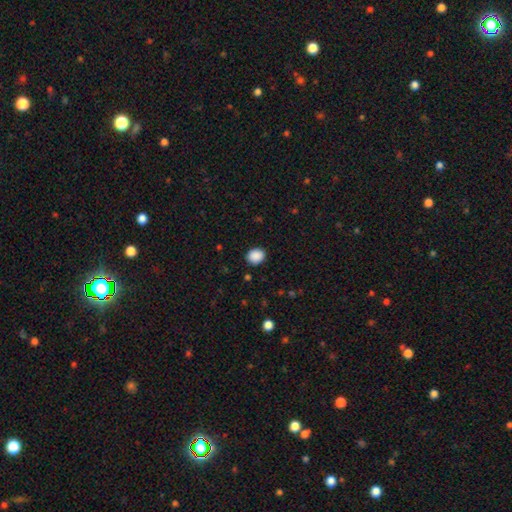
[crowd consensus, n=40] Smooth or featured? 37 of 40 (92%) said smooth. How rounded? 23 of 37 (62%) said round. Merging? 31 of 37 (84%) said none.